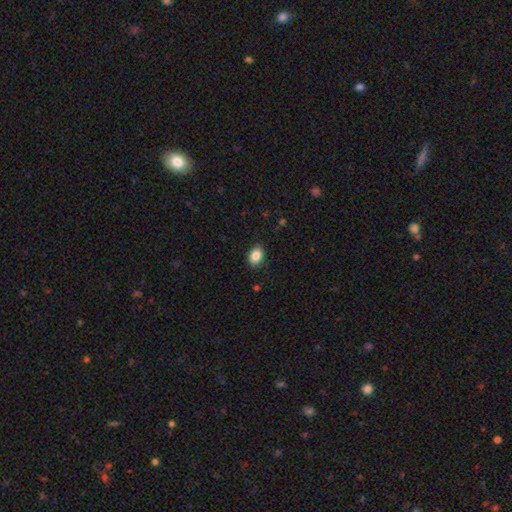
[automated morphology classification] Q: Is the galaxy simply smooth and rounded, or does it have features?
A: smooth — 87%.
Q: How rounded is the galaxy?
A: in between — 77%.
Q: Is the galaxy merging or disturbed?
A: none — 87%.